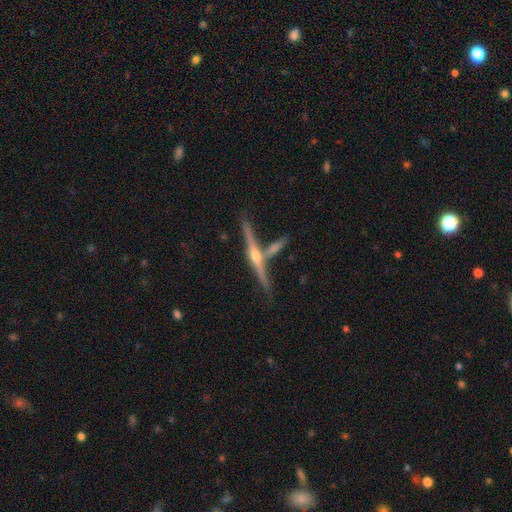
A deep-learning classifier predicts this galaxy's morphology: Smooth or featured: featured or disk — 82% (smooth — 12%)
Edge-on disk: yes — 98% (no — 2%)
Edge-on bulge: rounded — 91% (none — 5%)
Merging: none — 69% (merger — 18%)